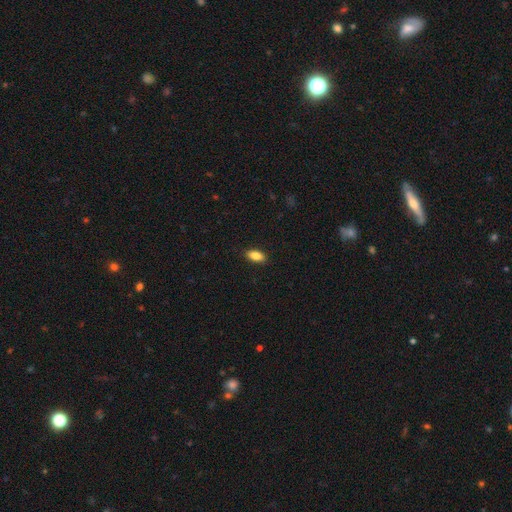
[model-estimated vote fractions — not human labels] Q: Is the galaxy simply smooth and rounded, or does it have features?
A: smooth — 86%.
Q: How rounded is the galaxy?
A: in between — 88%.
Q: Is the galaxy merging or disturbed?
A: none — 89%.